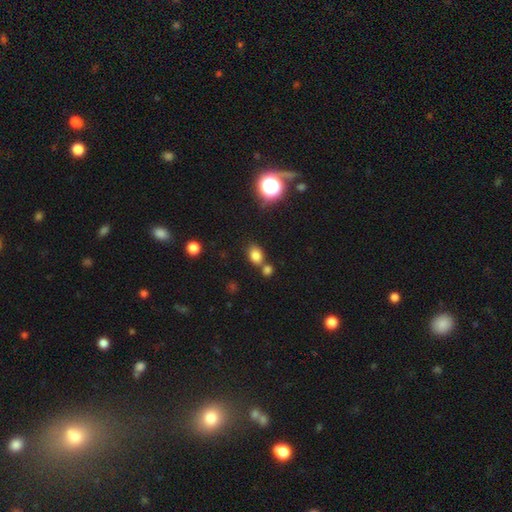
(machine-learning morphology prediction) smooth_or_featured: smooth (p=0.79) [alt: star or artifact p=0.14]
how_rounded: in between (p=0.66) [alt: round p=0.33]
merging: none (p=0.60) [alt: merger p=0.26]